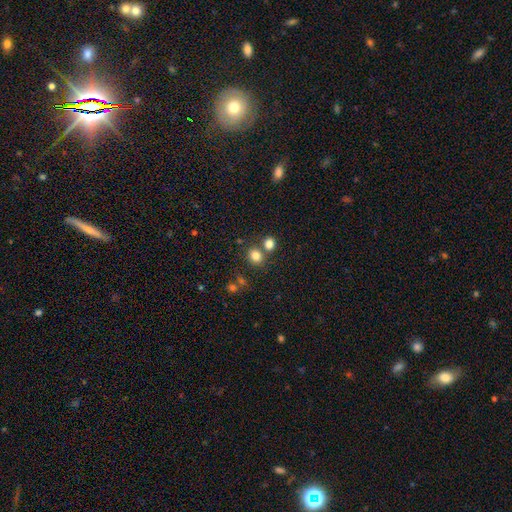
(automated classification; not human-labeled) Q: Smooth or featured?
A: smooth (81%); runner-up: star or artifact (13%)
Q: How rounded?
A: round (68%); runner-up: in between (31%)
Q: Merging?
A: none (65%); runner-up: merger (23%)